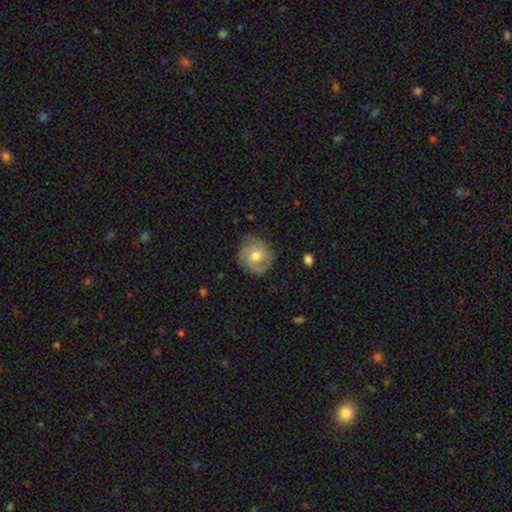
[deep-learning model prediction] A featured or disk galaxy (62%) with no bar (63%), 2 (36%) tight (44%) spiral arms (88%) and a moderate central bulge (71%). Merging: none (75%).